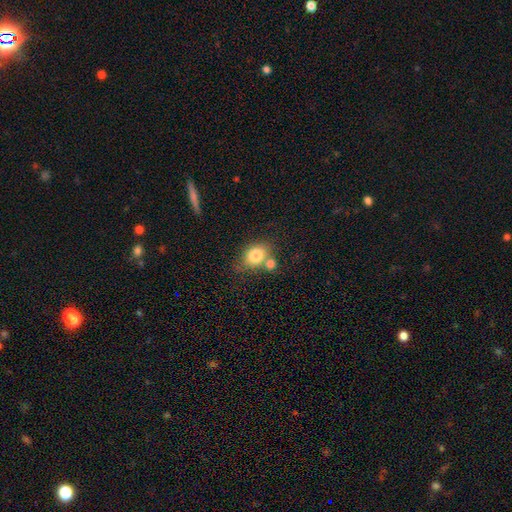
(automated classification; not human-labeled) smooth 79%, featured or disk 12%, star or artifact 9%. Down the decision tree: how rounded — in between (50%); merging — none (49%).